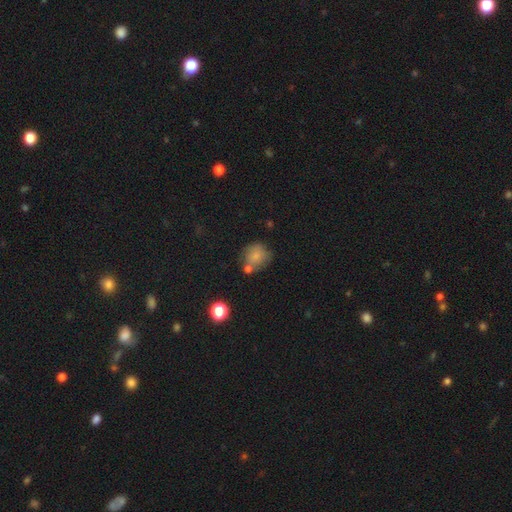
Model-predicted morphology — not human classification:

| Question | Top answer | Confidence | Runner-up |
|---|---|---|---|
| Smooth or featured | smooth | 76% | featured or disk (14%) |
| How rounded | round | 80% | in between (19%) |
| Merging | none | 53% | merger (20%) |